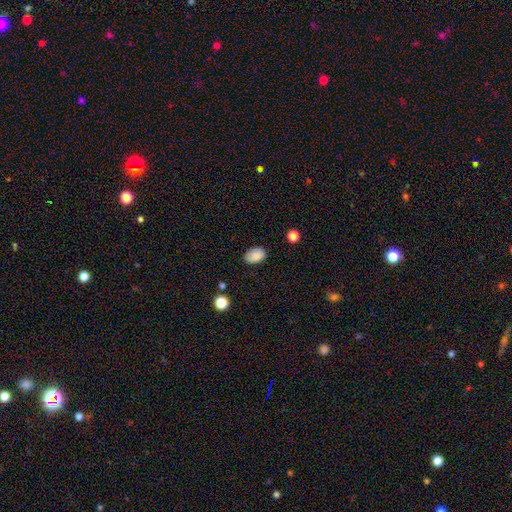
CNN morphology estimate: Q: Smooth or featured?
A: smooth (88%); runner-up: star or artifact (8%)
Q: How rounded?
A: in between (85%); runner-up: round (14%)
Q: Merging?
A: none (83%); runner-up: minor disturbance (13%)